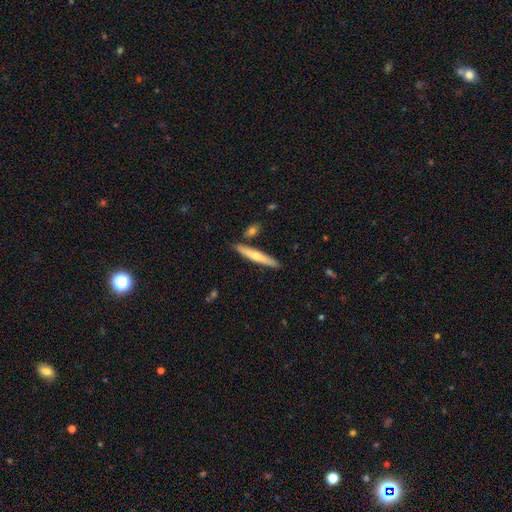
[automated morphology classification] smooth 53%, featured or disk 41%, star or artifact 5%. Down the decision tree: how rounded — cigar-shaped (93%); merging — none (85%).